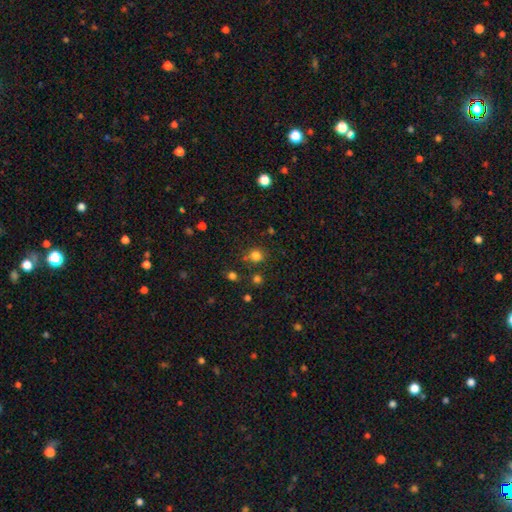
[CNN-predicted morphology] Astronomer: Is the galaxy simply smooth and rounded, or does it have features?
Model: smooth — 78%.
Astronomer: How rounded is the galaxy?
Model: round — 83%.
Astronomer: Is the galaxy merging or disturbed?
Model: none — 77%.